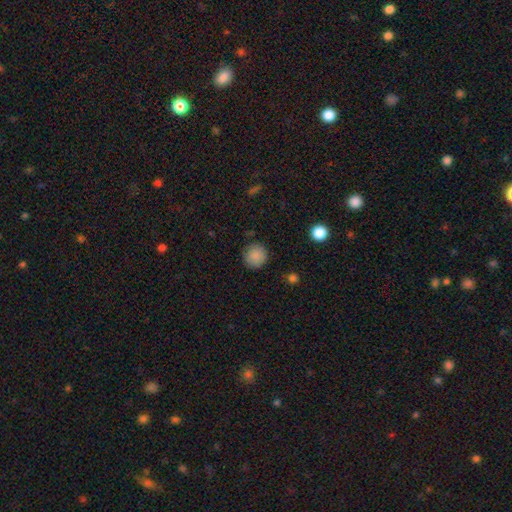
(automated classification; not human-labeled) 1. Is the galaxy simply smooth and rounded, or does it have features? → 86% smooth, 9% star or artifact, 4% featured or disk.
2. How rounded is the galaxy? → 93% round, 6% in between, 1% cigar-shaped.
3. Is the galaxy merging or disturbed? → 87% none, 9% minor disturbance, 3% major disturbance, 1% merger.